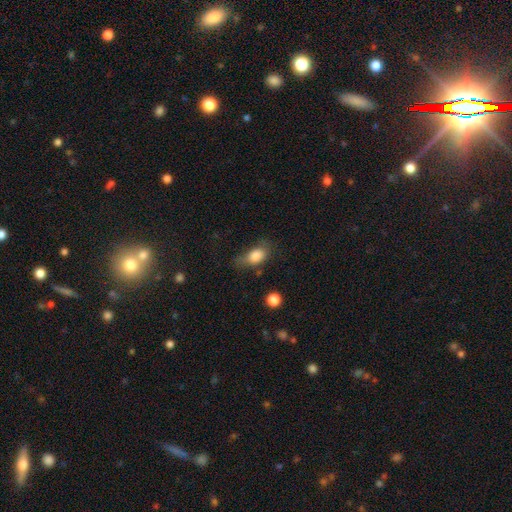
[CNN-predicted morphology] type=smooth (82%); roundness=in between (81%); merging=none (44%).